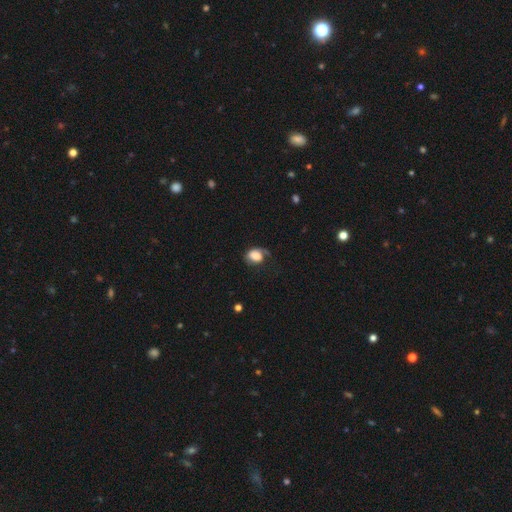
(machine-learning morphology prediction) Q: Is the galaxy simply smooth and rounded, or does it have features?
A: smooth — 70%.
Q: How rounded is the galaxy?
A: in between — 66%.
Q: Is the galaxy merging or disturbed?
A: none — 36%.